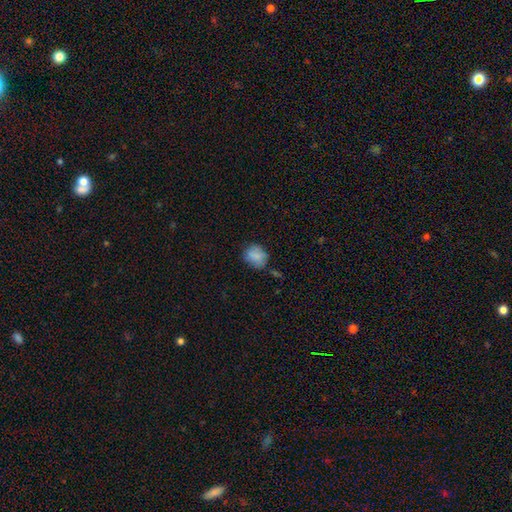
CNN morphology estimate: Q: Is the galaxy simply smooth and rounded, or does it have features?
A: smooth — 80%.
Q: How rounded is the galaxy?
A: round — 60%.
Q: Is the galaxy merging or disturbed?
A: none — 64%.